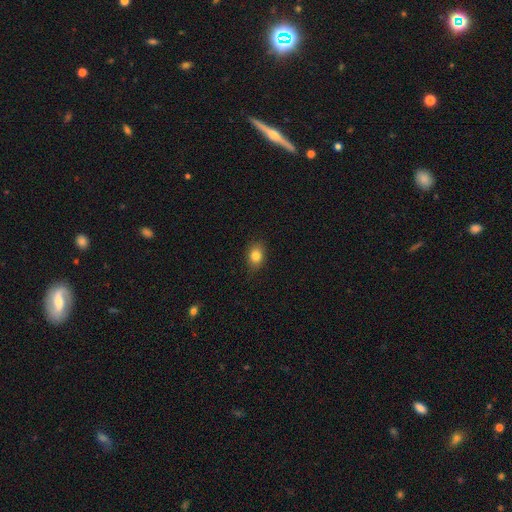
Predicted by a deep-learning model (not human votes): smooth 83%, star or artifact 10%, featured or disk 7%. Down the decision tree: how rounded — in between (67%); merging — none (86%).